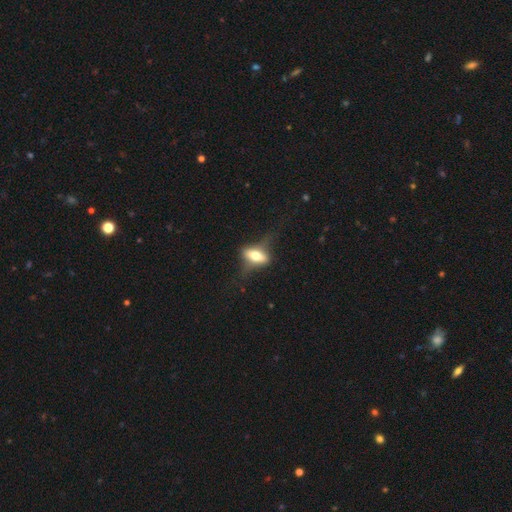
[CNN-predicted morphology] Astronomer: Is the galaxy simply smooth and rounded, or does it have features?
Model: featured or disk — 48% (runner-up: smooth, 45%).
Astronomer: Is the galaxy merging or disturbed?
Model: none — 56%.